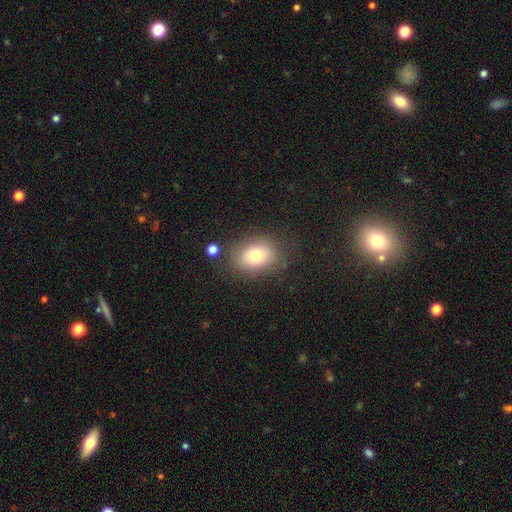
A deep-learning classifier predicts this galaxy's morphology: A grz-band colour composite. It shows a smooth galaxy with no disk features (73%) that is in between round and cigar-shaped (57%). Merging: none (76%).